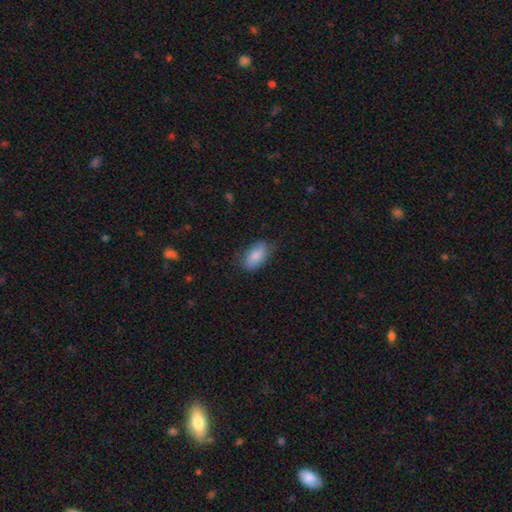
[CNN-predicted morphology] A smooth galaxy with no disk features (82%) that is in between round and cigar-shaped (91%).

Vote fractions:
- Smooth or featured? smooth: 82% / featured or disk: 11% / star or artifact: 6%
- How rounded? in between: 91% / cigar-shaped: 5% / round: 4%
- Merging? none: 77% / minor disturbance: 18% / major disturbance: 4% / merger: 1%